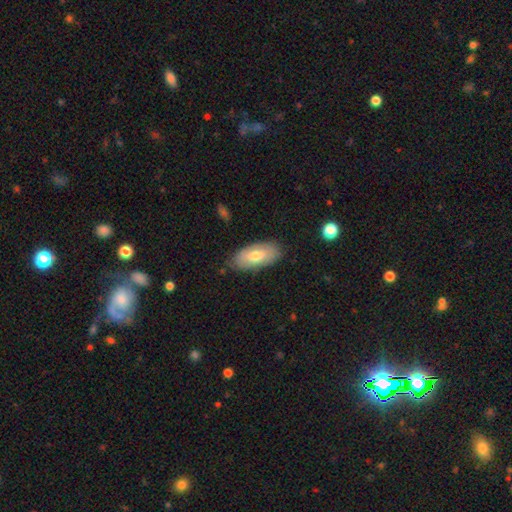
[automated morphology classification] Q: Smooth or featured?
A: smooth (69%); runner-up: featured or disk (25%)
Q: How rounded?
A: in between (89%); runner-up: cigar-shaped (8%)
Q: Merging?
A: none (81%); runner-up: minor disturbance (14%)